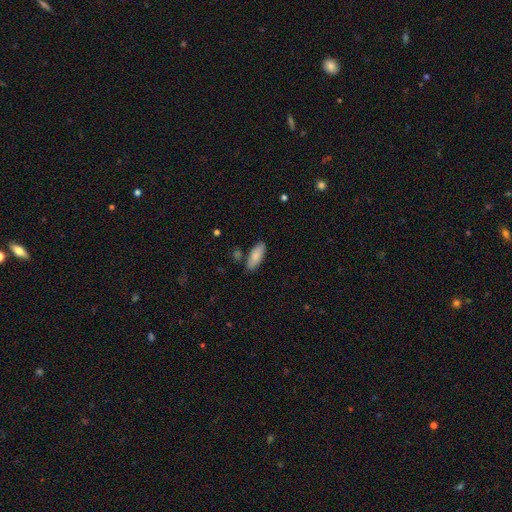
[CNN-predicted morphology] Smooth or featured? Predicted: smooth (p=0.82). How rounded? Predicted: in between (p=0.77). Merging? Predicted: none (p=0.79).